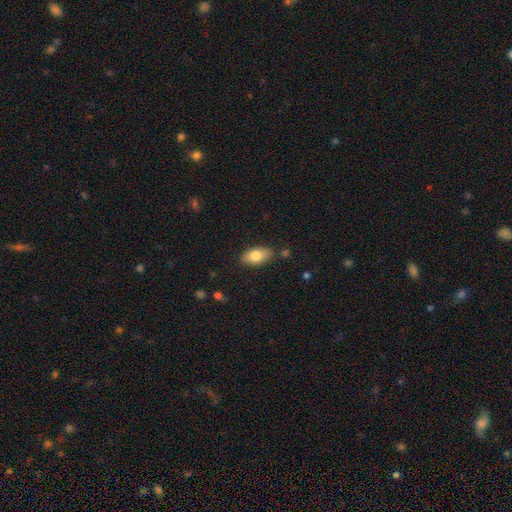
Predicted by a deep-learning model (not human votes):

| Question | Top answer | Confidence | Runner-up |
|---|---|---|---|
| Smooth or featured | smooth | 78% | featured or disk (15%) |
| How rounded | in between | 90% | cigar-shaped (6%) |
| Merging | none | 84% | minor disturbance (11%) |